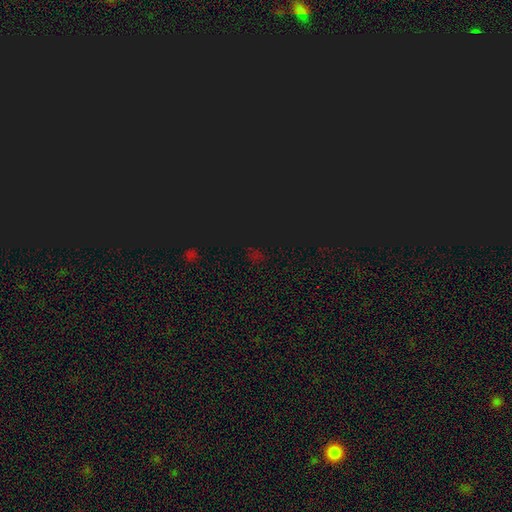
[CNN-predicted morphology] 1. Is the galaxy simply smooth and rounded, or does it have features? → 76% star or artifact, 18% smooth, 6% featured or disk.